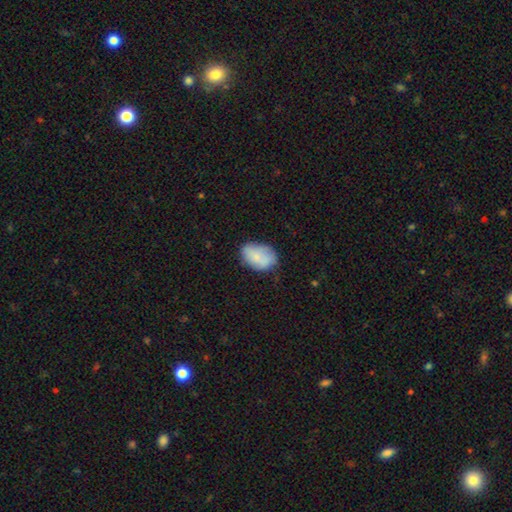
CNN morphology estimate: smooth_or_featured: smooth (p=0.79) [alt: featured or disk p=0.14]
how_rounded: in between (p=0.83) [alt: round p=0.16]
merging: none (p=0.66) [alt: minor disturbance p=0.26]